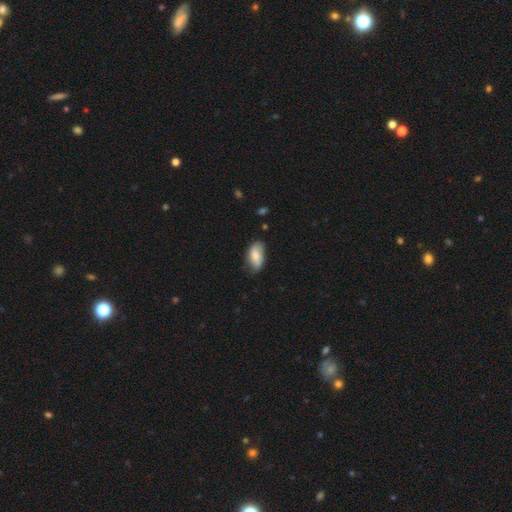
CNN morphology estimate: A smooth galaxy with no disk features (77%) that is in between round and cigar-shaped (93%).

Vote fractions:
- Smooth or featured? smooth: 77% / featured or disk: 16% / star or artifact: 7%
- How rounded? in between: 93% / cigar-shaped: 4% / round: 3%
- Merging? none: 63% / minor disturbance: 29% / major disturbance: 6% / merger: 2%